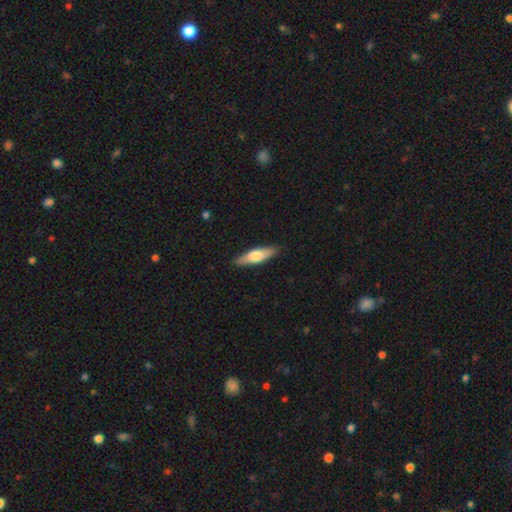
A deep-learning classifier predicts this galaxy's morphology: Overall: smooth (60%; featured or disk 35%). How rounded: cigar-shaped (60%; in between 38%). Merging: none (88%).